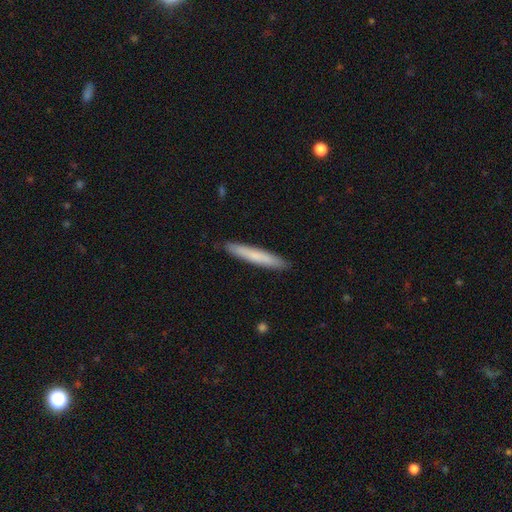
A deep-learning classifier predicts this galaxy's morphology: Q: Smooth or featured?
A: smooth (74%); runner-up: featured or disk (21%)
Q: How rounded?
A: cigar-shaped (95%); runner-up: in between (4%)
Q: Merging?
A: none (90%); runner-up: minor disturbance (7%)